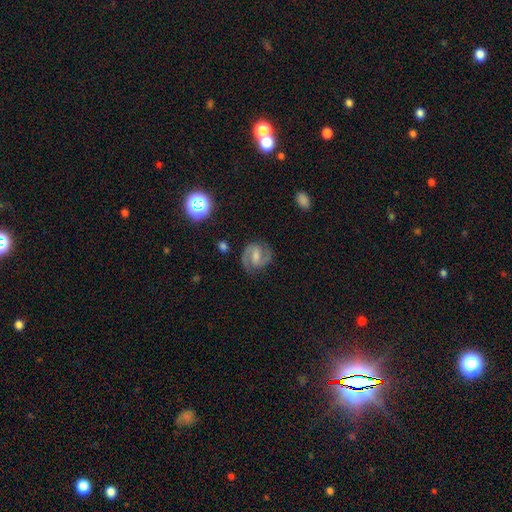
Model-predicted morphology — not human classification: Q: Smooth or featured?
A: featured or disk (84%); runner-up: smooth (10%)
Q: Edge-on disk?
A: no (98%); runner-up: yes (2%)
Q: Bar?
A: weak (49%); runner-up: strong (36%)
Q: Spiral arms?
A: yes (96%); runner-up: no (4%)
Q: Spiral winding?
A: medium (56%); runner-up: tight (30%)
Q: Spiral arm count?
A: 2 (92%); runner-up: can't tell (3%)
Q: Bulge size?
A: moderate (42%); runner-up: small (40%)
Q: Merging?
A: none (82%); runner-up: minor disturbance (12%)